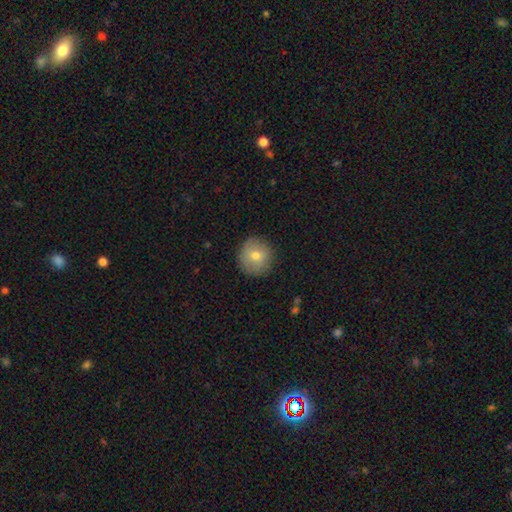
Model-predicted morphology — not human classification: smooth-or-featured: smooth: 75% | featured or disk: 16% | star or artifact: 9%
  how-rounded: round: 94% | in between: 5% | cigar-shaped: 1%
  merging: none: 88% | minor disturbance: 9% | major disturbance: 2% | merger: 1%